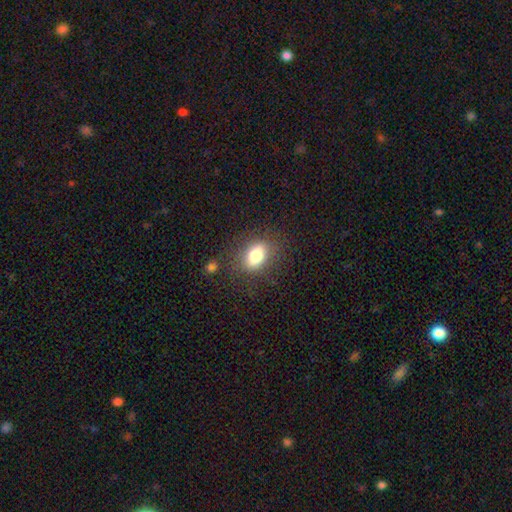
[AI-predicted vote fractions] A smooth galaxy with no disk features (78%) that is in between round and cigar-shaped (79%). Merging: none (78%).